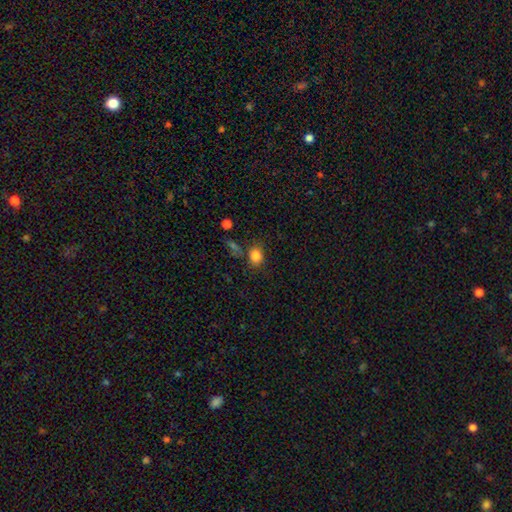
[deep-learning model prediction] This appears to be a smooth galaxy with no disk features (83%) that is round (61%). Merging: none (72%).